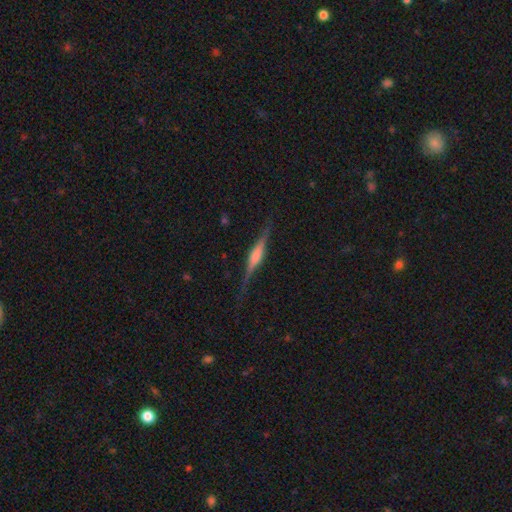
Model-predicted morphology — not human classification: Smooth or featured? Predicted: featured or disk (p=0.80). Edge-on disk? Predicted: yes (p=0.97). Edge-on bulge? Predicted: rounded (p=0.64). Merging? Predicted: none (p=0.84).